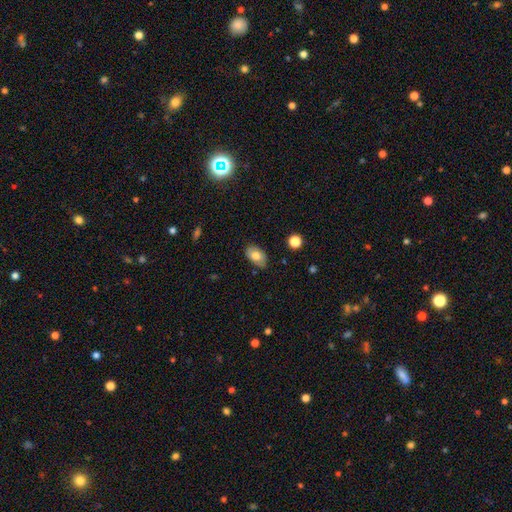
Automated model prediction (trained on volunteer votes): smooth 72%, featured or disk 20%, star or artifact 7%. Down the decision tree: how rounded — in between (91%); merging — none (79%).